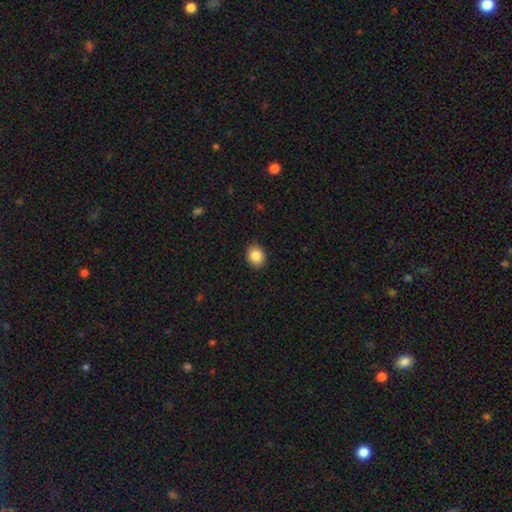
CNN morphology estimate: smooth-or-featured: smooth: 85% | star or artifact: 9% | featured or disk: 6%
  how-rounded: round: 56% | in between: 44% | cigar-shaped: 1%
  merging: none: 89% | minor disturbance: 8% | major disturbance: 2% | merger: 1%